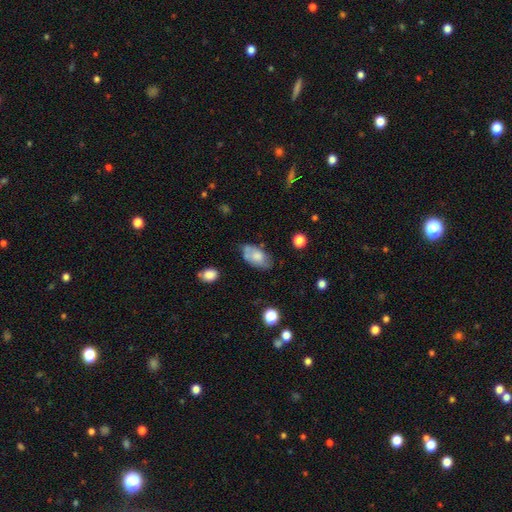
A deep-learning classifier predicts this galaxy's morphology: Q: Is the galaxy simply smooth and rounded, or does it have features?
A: smooth — 66%.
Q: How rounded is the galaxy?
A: in between — 93%.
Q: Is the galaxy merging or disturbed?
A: none — 54%.